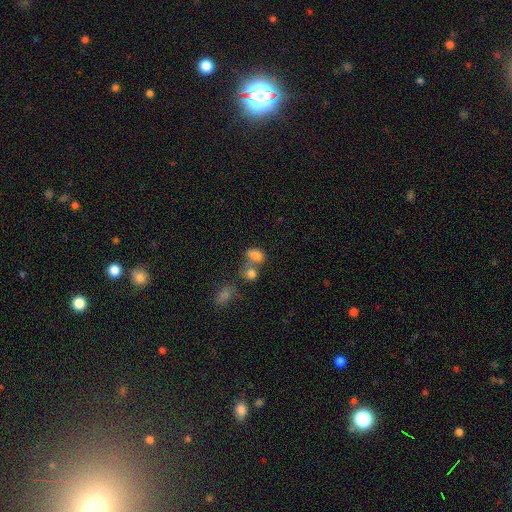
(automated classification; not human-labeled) A smooth galaxy with no disk features (76%) that is in between round and cigar-shaped (73%).

Vote fractions:
- Smooth or featured? smooth: 76% / star or artifact: 12% / featured or disk: 11%
- How rounded? in between: 73% / round: 24% / cigar-shaped: 3%
- Merging? merger: 48% / none: 31% / minor disturbance: 12% / major disturbance: 8%